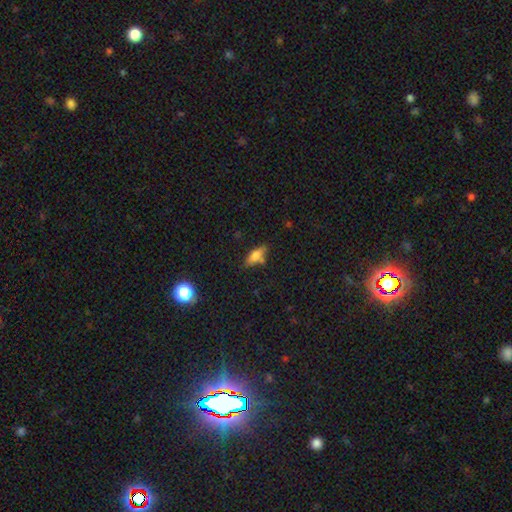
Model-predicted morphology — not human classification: A smooth galaxy with no disk features (72%) that is in between round and cigar-shaped (69%).

Vote fractions:
- Smooth or featured? smooth: 72% / featured or disk: 17% / star or artifact: 11%
- How rounded? in between: 69% / cigar-shaped: 28% / round: 3%
- Merging? none: 68% / minor disturbance: 18% / merger: 8% / major disturbance: 5%